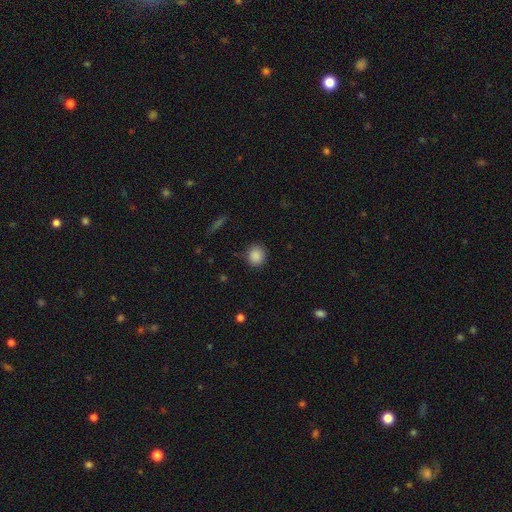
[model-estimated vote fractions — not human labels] Smooth or featured?
  - smooth: 88% *
  - star or artifact: 9%
  - featured or disk: 3%
How rounded?
  - round: 87% *
  - in between: 12%
  - cigar-shaped: 1%
Merging?
  - none: 88% *
  - minor disturbance: 8%
  - major disturbance: 3%
  - merger: 1%